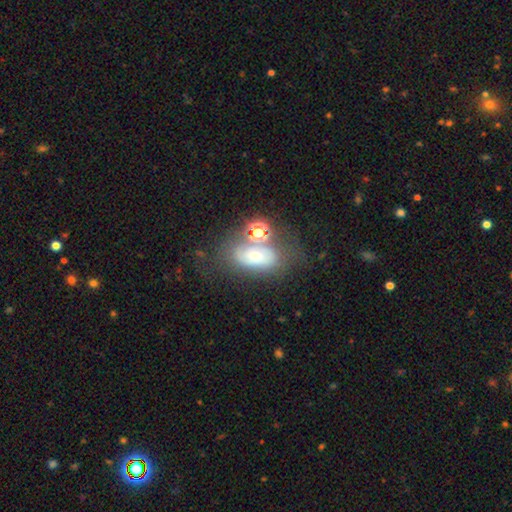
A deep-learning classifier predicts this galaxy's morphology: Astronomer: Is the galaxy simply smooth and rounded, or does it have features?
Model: smooth — 44% (runner-up: featured or disk, 40%).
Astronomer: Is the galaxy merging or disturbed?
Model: none — 48%.